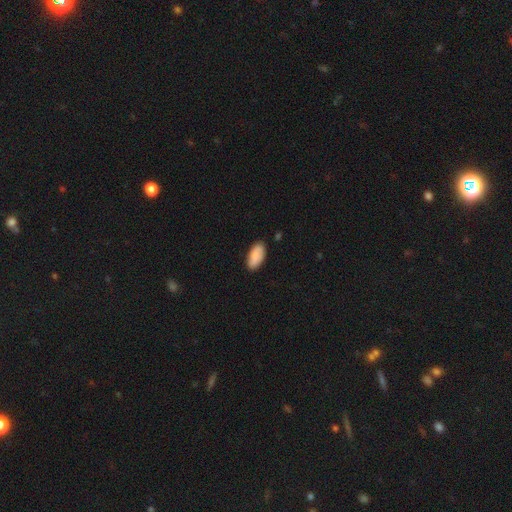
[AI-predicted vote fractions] Overall: smooth (87%). How rounded: in between (92%). Merging: none (85%).